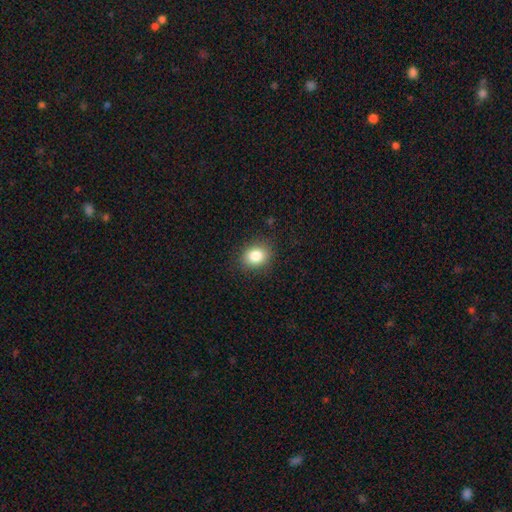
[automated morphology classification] This is clearly a smooth galaxy (83%). How rounded: likely round (61%). Merging: clearly none (88%).